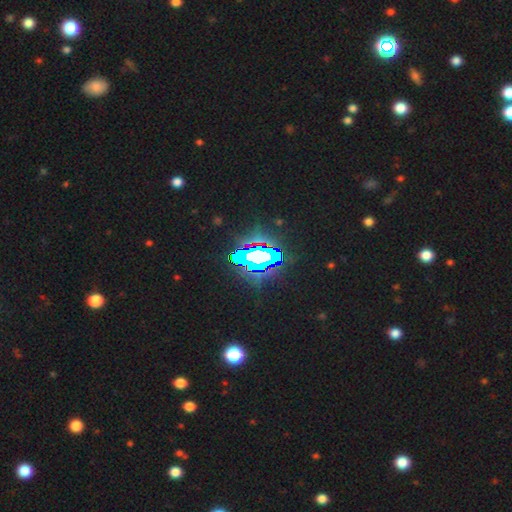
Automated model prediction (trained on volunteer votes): This is likely a star or artifact rather than a galaxy (76%).